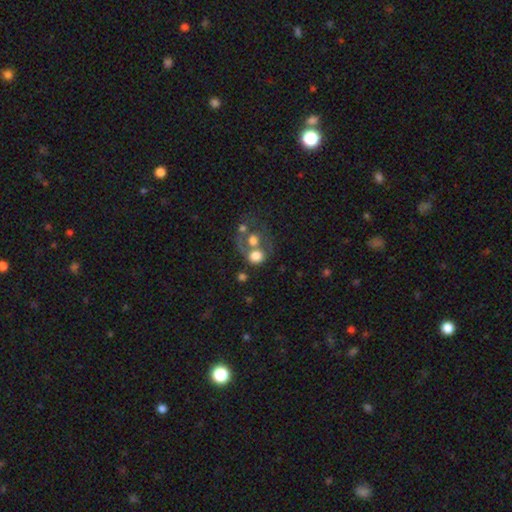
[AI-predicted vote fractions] This appears to be a smooth galaxy with no disk features (62%) that is round (72%). Merging: merger (53%).